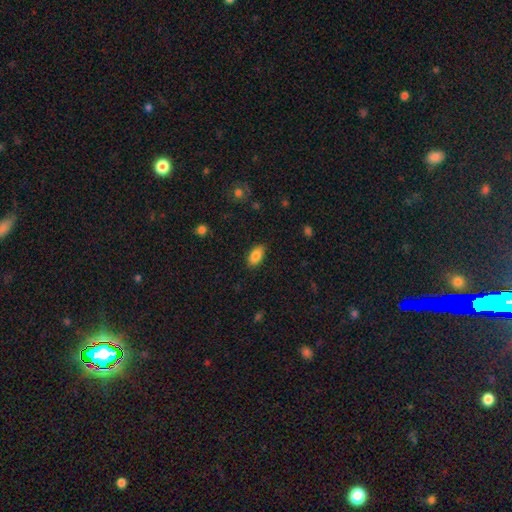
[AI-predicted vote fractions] The model was most divided on "merging": none: 84%, minor disturbance: 12%, major disturbance: 3%, merger: 1%. More confident: how rounded — in between (91%); smooth or featured — smooth (86%).